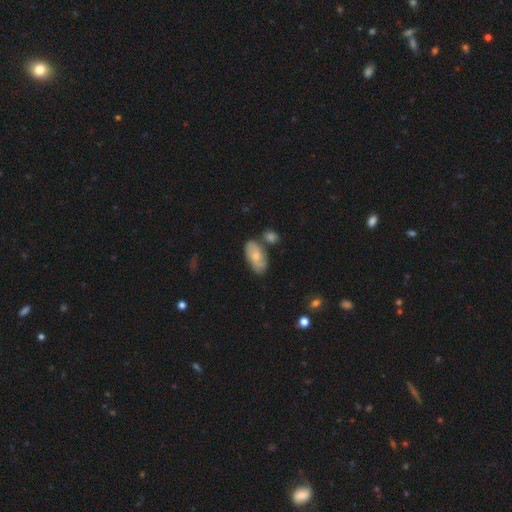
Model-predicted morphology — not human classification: This appears to be a smooth galaxy with no disk features (58%) that is in between round and cigar-shaped (92%). Merging: none (60%).